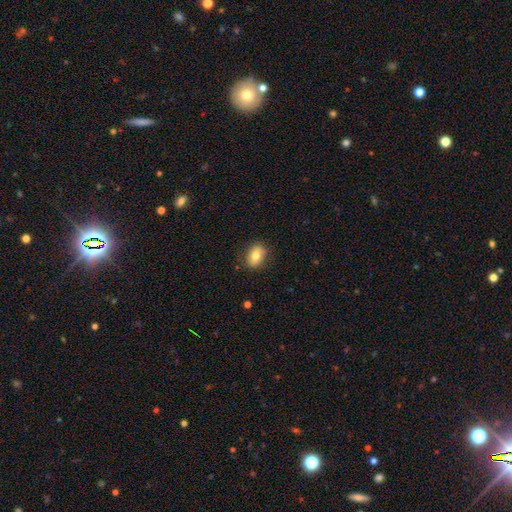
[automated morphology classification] Q: Smooth or featured?
A: smooth (76%); runner-up: featured or disk (16%)
Q: How rounded?
A: in between (75%); runner-up: round (24%)
Q: Merging?
A: none (82%); runner-up: minor disturbance (14%)